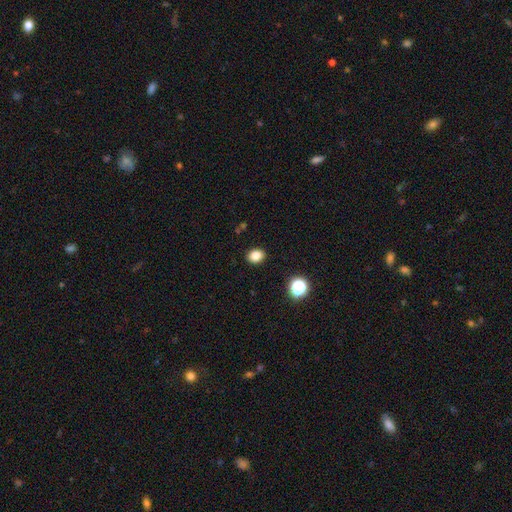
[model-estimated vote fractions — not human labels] smooth_or_featured: smooth (p=0.83) [alt: star or artifact p=0.12]
how_rounded: in between (p=0.53) [alt: round p=0.46]
merging: none (p=0.89) [alt: minor disturbance p=0.07]